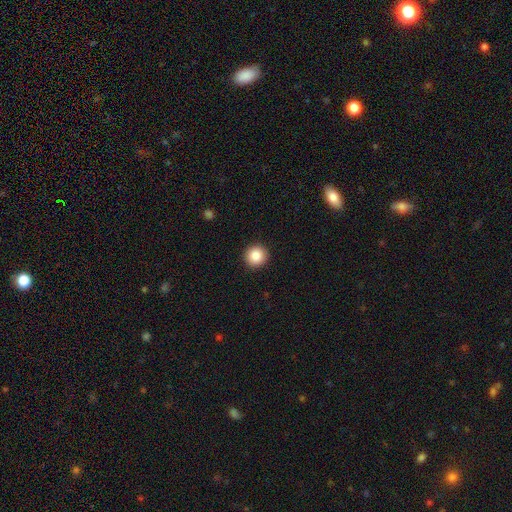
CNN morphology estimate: This appears to be a smooth galaxy with no disk features (87%) that is round (94%). Merging: none (93%).